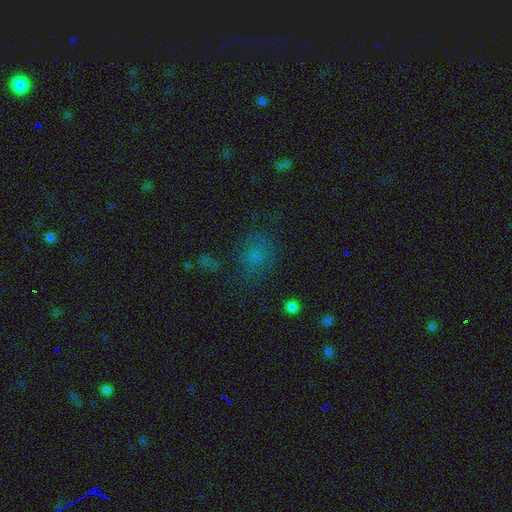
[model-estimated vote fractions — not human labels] This appears to be a smooth galaxy with no disk features (65%) that is round (52%). Merging: none (64%).